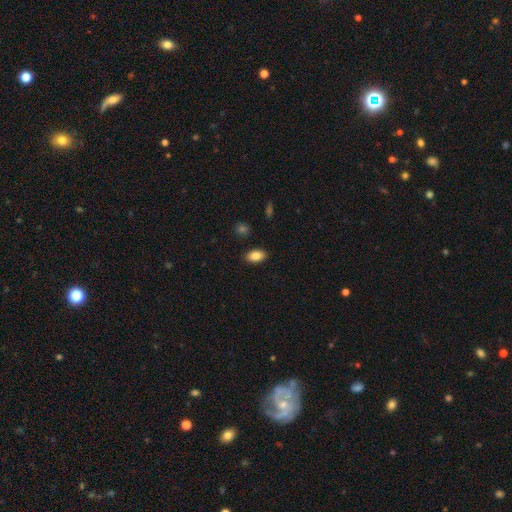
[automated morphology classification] smooth 86%, star or artifact 8%, featured or disk 6%. Down the decision tree: how rounded — in between (91%); merging — none (88%).